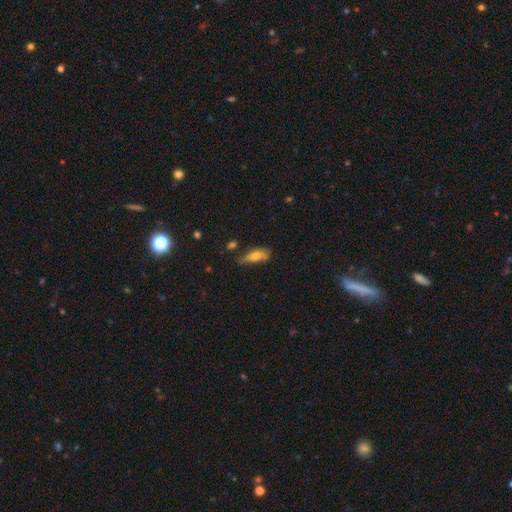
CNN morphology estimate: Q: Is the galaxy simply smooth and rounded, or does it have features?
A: smooth — 60%.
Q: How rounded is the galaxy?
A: in between — 60%.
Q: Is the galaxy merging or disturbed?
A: none — 48%.